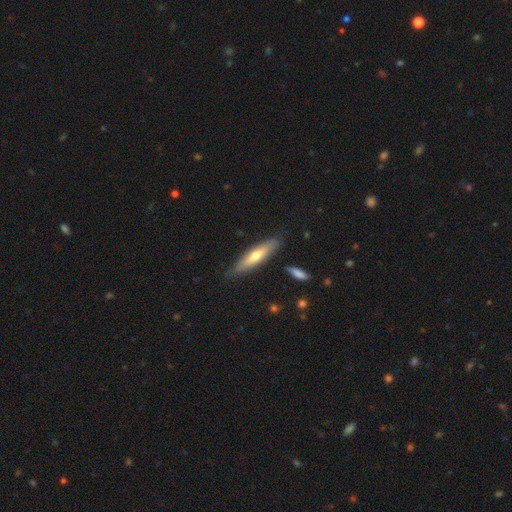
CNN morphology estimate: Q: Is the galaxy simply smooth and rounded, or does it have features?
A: smooth — 53%.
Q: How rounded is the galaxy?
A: cigar-shaped — 78%.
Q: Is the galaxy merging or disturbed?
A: none — 82%.